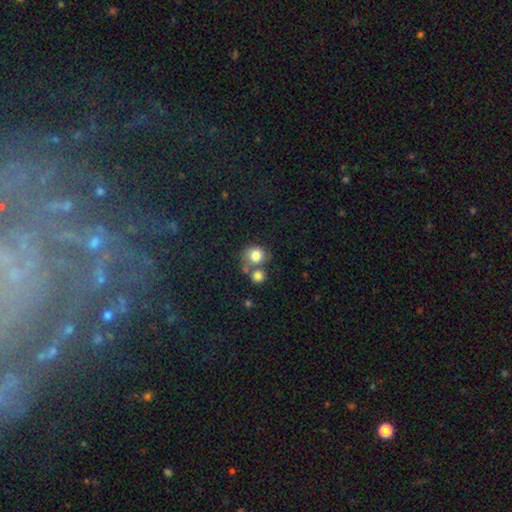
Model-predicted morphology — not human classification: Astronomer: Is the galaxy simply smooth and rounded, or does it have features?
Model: smooth — 79%.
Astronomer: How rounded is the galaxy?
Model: round — 82%.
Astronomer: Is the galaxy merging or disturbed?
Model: none — 49% (runner-up: merger, 35%).